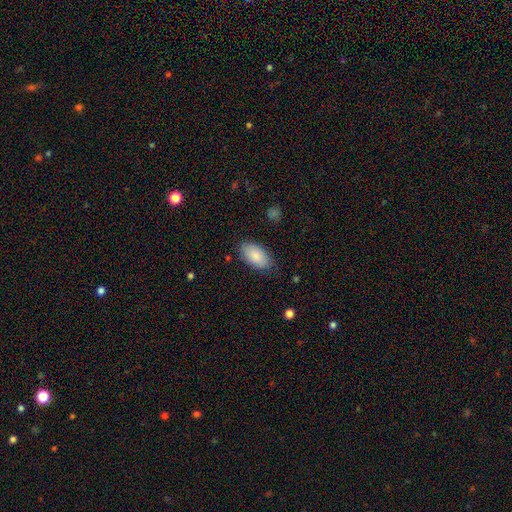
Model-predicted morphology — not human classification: smooth-or-featured: smooth: 84% | featured or disk: 10% | star or artifact: 6%
  how-rounded: in between: 95% | round: 3% | cigar-shaped: 2%
  merging: none: 79% | minor disturbance: 16% | major disturbance: 4% | merger: 1%